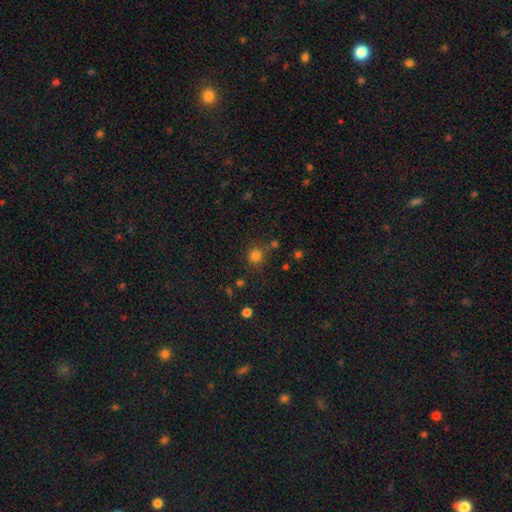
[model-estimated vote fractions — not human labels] A smooth galaxy with no disk features (79%) that is round (90%).

Vote fractions:
- Smooth or featured? smooth: 79% / star or artifact: 16% / featured or disk: 5%
- How rounded? round: 90% / in between: 9% / cigar-shaped: 1%
- Merging? none: 76% / minor disturbance: 12% / merger: 8% / major disturbance: 4%